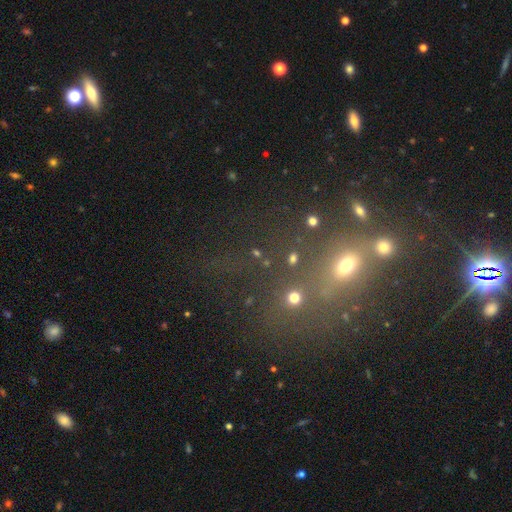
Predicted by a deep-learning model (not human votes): This is possibly a star or artifact rather than a galaxy (48%).